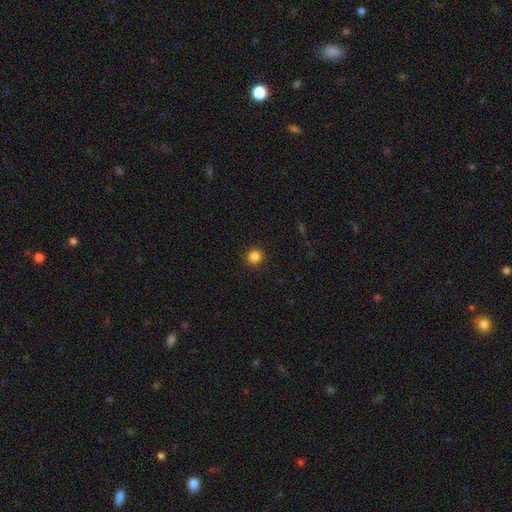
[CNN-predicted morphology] type=smooth (85%); roundness=round (94%); merging=none (92%).